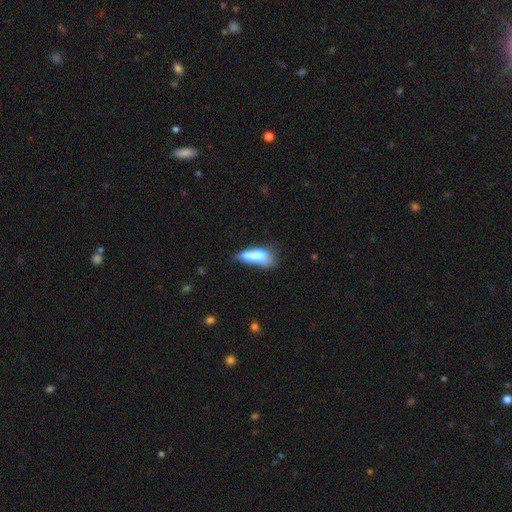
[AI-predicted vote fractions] Morphology: type=smooth (67%); roundness=in between (63%); merging=merger (34%).